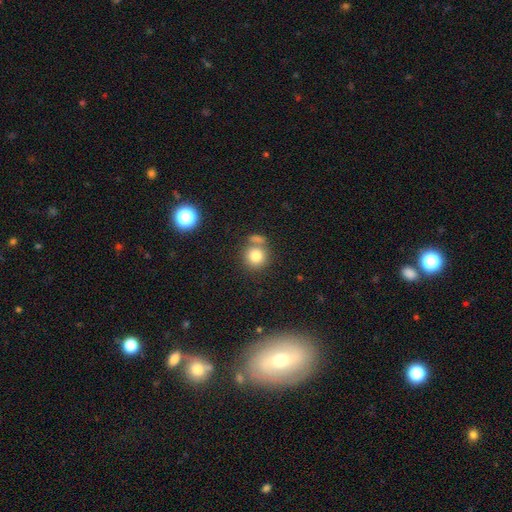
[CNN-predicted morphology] Smooth or featured?
  - smooth: 80% *
  - star or artifact: 11%
  - featured or disk: 9%
How rounded?
  - round: 90% *
  - in between: 9%
  - cigar-shaped: 1%
Merging?
  - none: 62% *
  - merger: 23%
  - minor disturbance: 11%
  - major disturbance: 4%